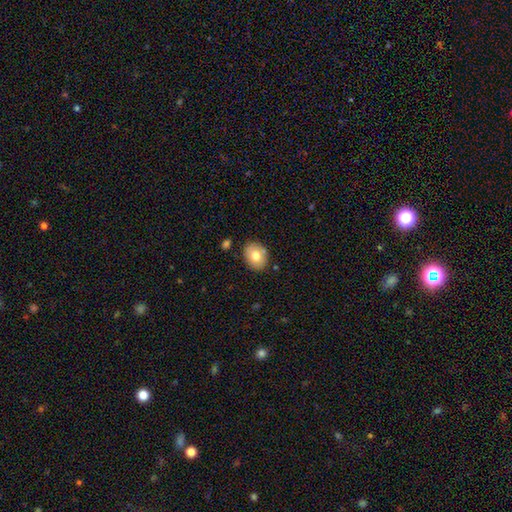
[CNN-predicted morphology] smooth_or_featured: smooth (p=0.75) [alt: featured or disk p=0.17]
how_rounded: in between (p=0.55) [alt: round p=0.44]
merging: none (p=0.82) [alt: minor disturbance p=0.12]